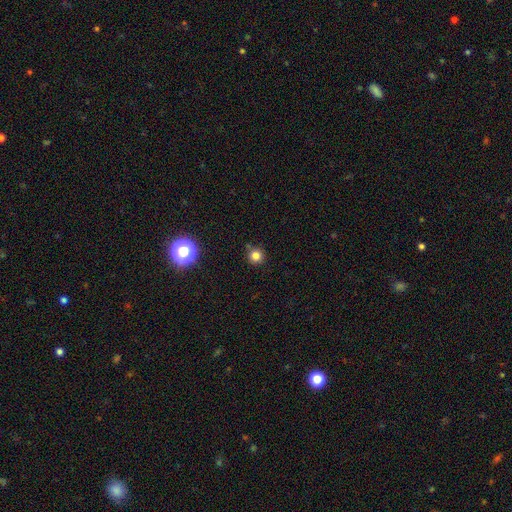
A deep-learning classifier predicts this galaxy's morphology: smooth_or_featured: smooth (p=0.79) [alt: star or artifact p=0.15]
how_rounded: round (p=0.94) [alt: in between p=0.05]
merging: none (p=0.82) [alt: minor disturbance p=0.11]